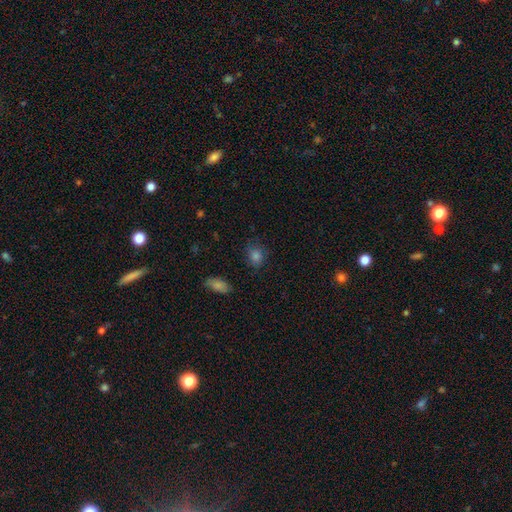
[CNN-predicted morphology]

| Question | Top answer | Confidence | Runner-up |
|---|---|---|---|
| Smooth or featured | smooth | 77% | star or artifact (15%) |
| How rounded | round | 57% | in between (41%) |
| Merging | none | 78% | minor disturbance (16%) |